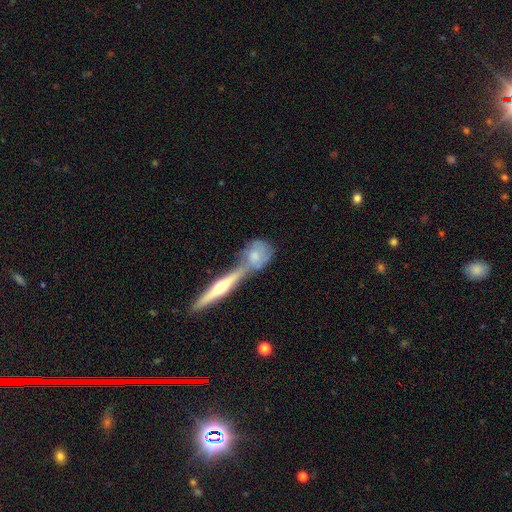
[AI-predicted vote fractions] Morphology: type=smooth (49%); merging=merger (44%).